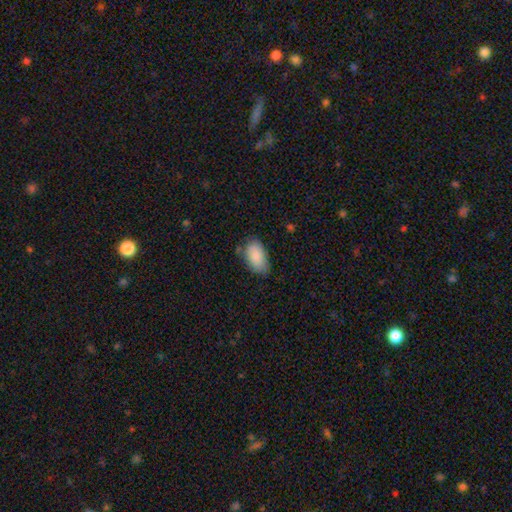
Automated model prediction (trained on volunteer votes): The model was most divided on "merging": none: 70%, minor disturbance: 23%, major disturbance: 4%, merger: 3%. More confident: how rounded — in between (94%); smooth or featured — smooth (87%).